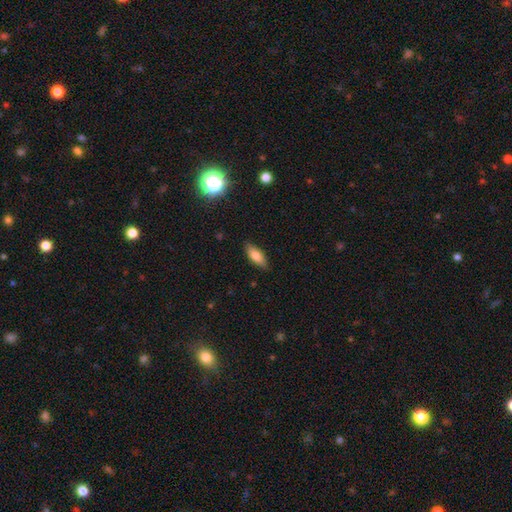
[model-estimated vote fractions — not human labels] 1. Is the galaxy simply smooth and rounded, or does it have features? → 75% smooth, 17% featured or disk, 8% star or artifact.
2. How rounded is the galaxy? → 72% in between, 25% cigar-shaped, 3% round.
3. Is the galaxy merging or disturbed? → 85% none, 11% minor disturbance, 2% major disturbance, 1% merger.